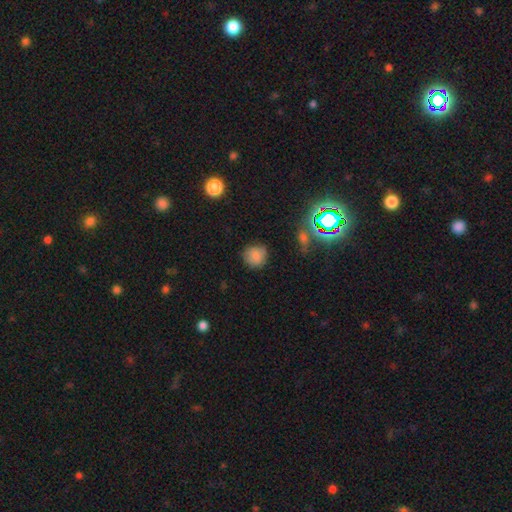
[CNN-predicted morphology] Q: Smooth or featured?
A: smooth (81%); runner-up: star or artifact (12%)
Q: How rounded?
A: round (87%); runner-up: in between (12%)
Q: Merging?
A: none (77%); runner-up: minor disturbance (17%)